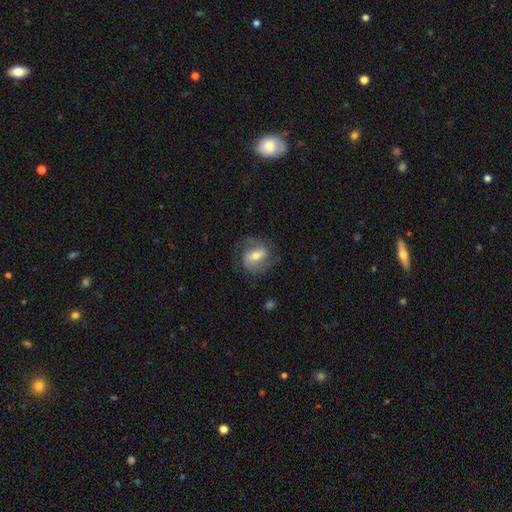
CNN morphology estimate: Smooth or featured: featured or disk — 64% (smooth — 28%)
Edge-on disk: no — 96% (yes — 4%)
Bar: weak — 43% (strong — 32%)
Spiral arms: yes — 85% (no — 15%)
Spiral winding: medium — 48% (tight — 29%)
Spiral arm count: 2 — 80% (can't tell — 11%)
Bulge size: moderate — 59% (small — 31%)
Merging: none — 69% (minor disturbance — 18%)